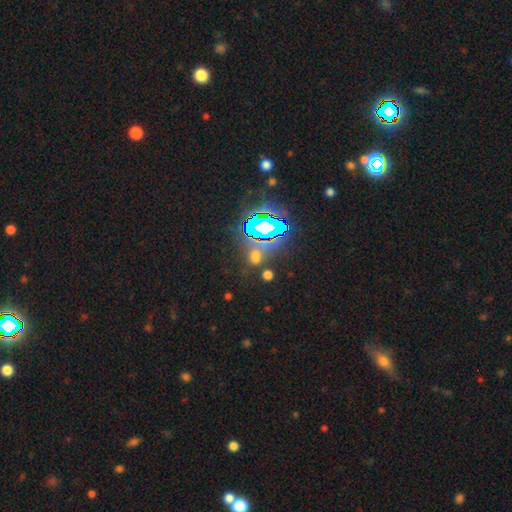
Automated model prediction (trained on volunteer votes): This is possibly a star or artifact rather than a galaxy (55%).